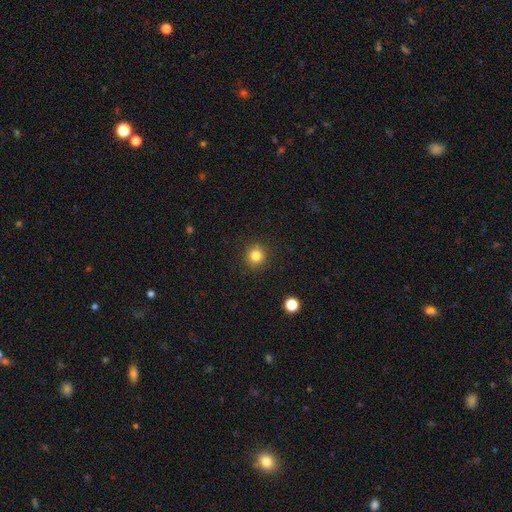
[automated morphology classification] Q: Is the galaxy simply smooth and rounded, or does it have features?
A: smooth — 83%.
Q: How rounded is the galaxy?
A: round — 92%.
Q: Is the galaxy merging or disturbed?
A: none — 91%.